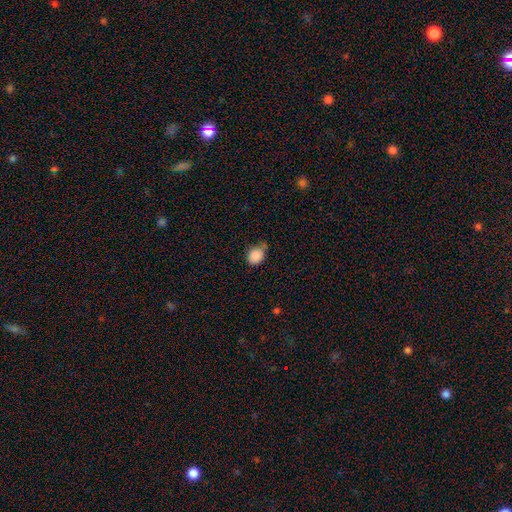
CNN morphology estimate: Q: Smooth or featured?
A: smooth (87%); runner-up: star or artifact (8%)
Q: How rounded?
A: in between (50%); runner-up: round (49%)
Q: Merging?
A: none (53%); runner-up: minor disturbance (36%)